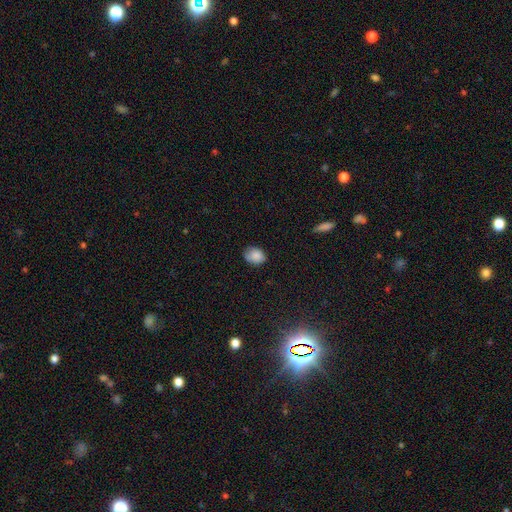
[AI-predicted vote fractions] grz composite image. It shows a smooth galaxy with no disk features (86%) that is in between round and cigar-shaped (62%). Merging: none (71%).